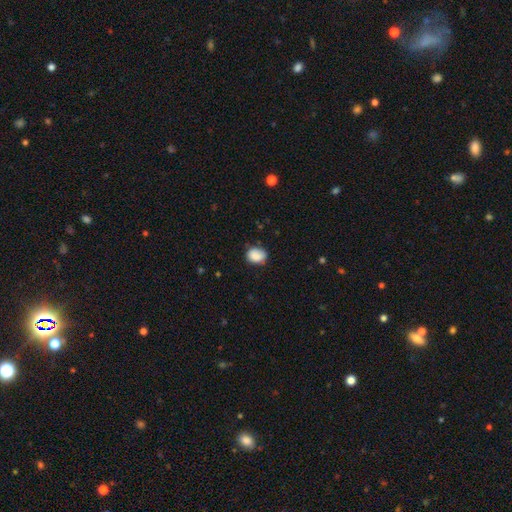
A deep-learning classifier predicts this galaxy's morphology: A smooth galaxy with no disk features (86%) that is in between round and cigar-shaped (54%).

Vote fractions:
- Smooth or featured? smooth: 86% / star or artifact: 8% / featured or disk: 6%
- How rounded? in between: 54% / round: 45% / cigar-shaped: 1%
- Merging? none: 70% / minor disturbance: 23% / major disturbance: 5% / merger: 2%